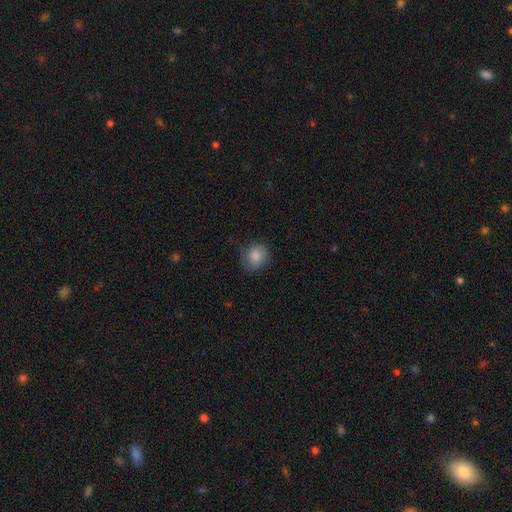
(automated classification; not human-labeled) smooth 82%, featured or disk 11%, star or artifact 8%. Down the decision tree: how rounded — round (75%); merging — none (66%).